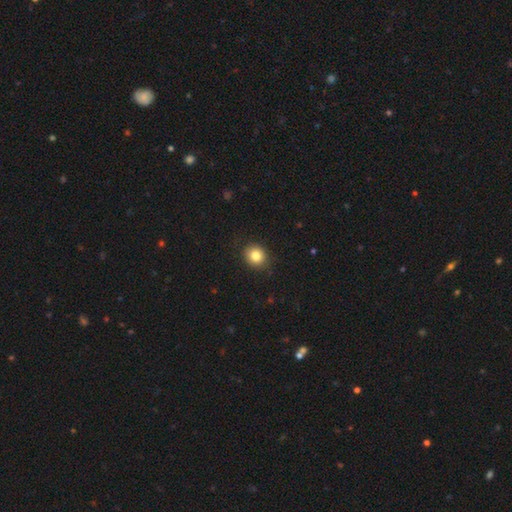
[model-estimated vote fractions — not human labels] Smooth or featured: smooth — 84% (star or artifact — 10%)
How rounded: round — 79% (in between — 20%)
Merging: none — 89% (minor disturbance — 8%)